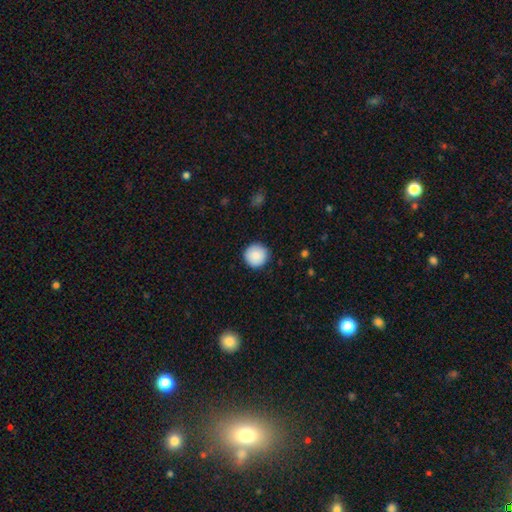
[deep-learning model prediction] smooth-or-featured: smooth: 88% | star or artifact: 7% | featured or disk: 5%
  how-rounded: round: 96% | in between: 3% | cigar-shaped: 1%
  merging: none: 90% | minor disturbance: 7% | major disturbance: 2% | merger: 1%